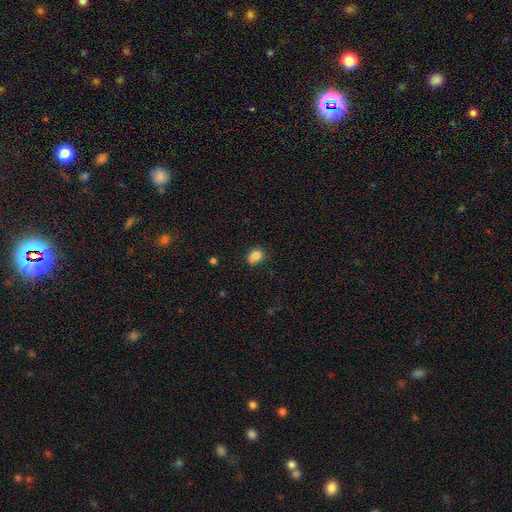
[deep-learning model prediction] Smooth or featured: smooth — 83% (star or artifact — 10%)
How rounded: round — 55% (in between — 44%)
Merging: none — 77% (minor disturbance — 18%)